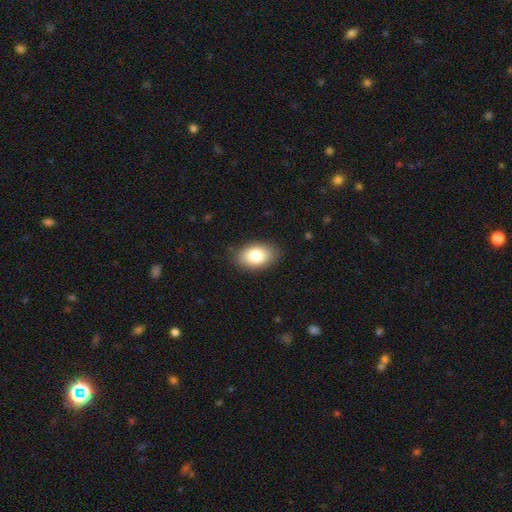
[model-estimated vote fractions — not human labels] Smooth or featured: smooth — 82% (featured or disk — 10%)
How rounded: in between — 90% (round — 8%)
Merging: none — 85% (minor disturbance — 12%)